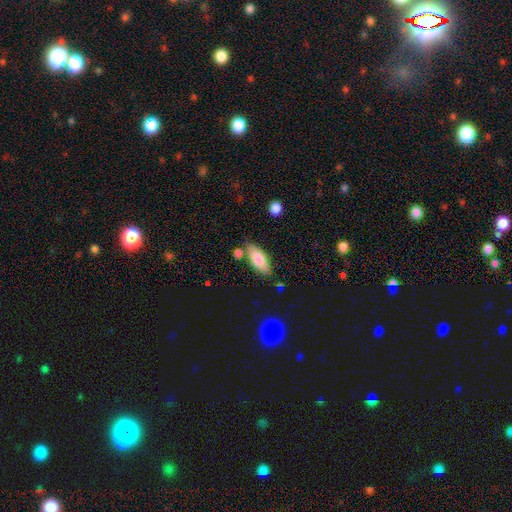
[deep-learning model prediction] smooth-or-featured: smooth: 79% | featured or disk: 15% | star or artifact: 7%
  how-rounded: in between: 80% | cigar-shaped: 17% | round: 2%
  merging: none: 73% | minor disturbance: 15% | merger: 9% | major disturbance: 3%